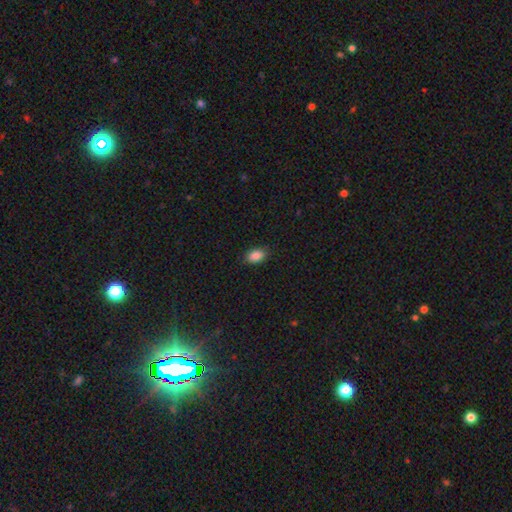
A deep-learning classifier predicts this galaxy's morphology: Smooth or featured? Predicted: smooth (p=0.88). How rounded? Predicted: in between (p=0.88). Merging? Predicted: none (p=0.85).